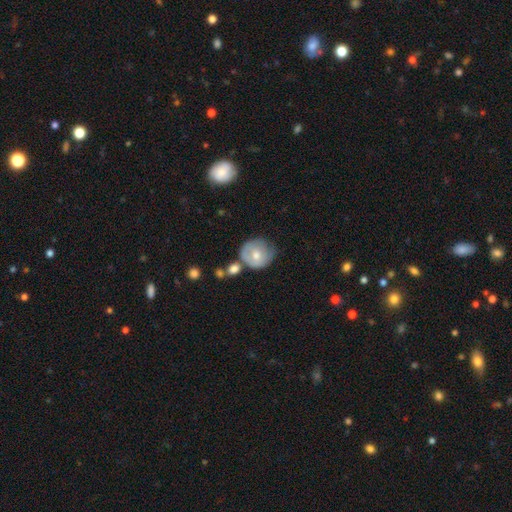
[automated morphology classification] Q: Smooth or featured?
A: smooth (57%); runner-up: featured or disk (36%)
Q: How rounded?
A: round (82%); runner-up: in between (17%)
Q: Merging?
A: none (43%); runner-up: minor disturbance (30%)